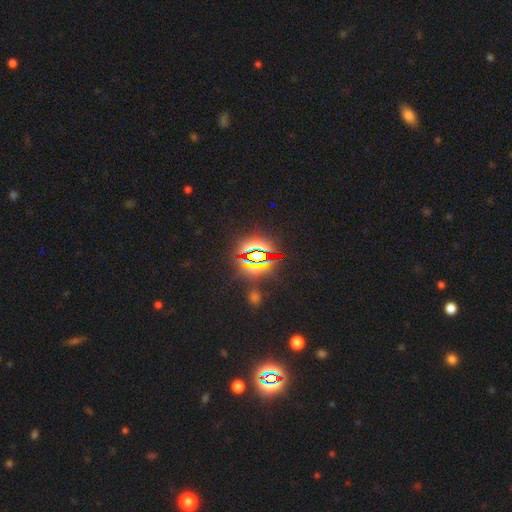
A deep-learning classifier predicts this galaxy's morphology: smooth-or-featured: star or artifact: 82% | smooth: 10% | featured or disk: 8%